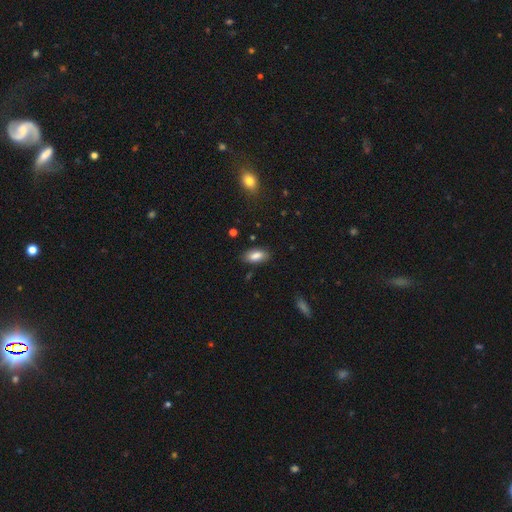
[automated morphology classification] smooth-or-featured: smooth: 84% | featured or disk: 8% | star or artifact: 7%
  how-rounded: in between: 89% | cigar-shaped: 9% | round: 3%
  merging: none: 83% | minor disturbance: 12% | major disturbance: 3% | merger: 2%